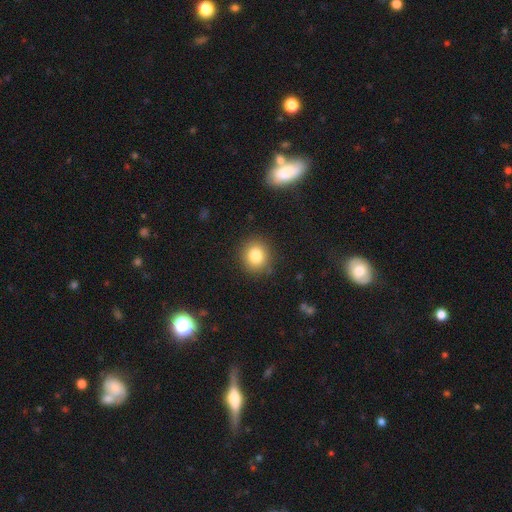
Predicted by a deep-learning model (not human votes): This is clearly a smooth galaxy (82%). How rounded: clearly round (82%). Merging: clearly none (88%).